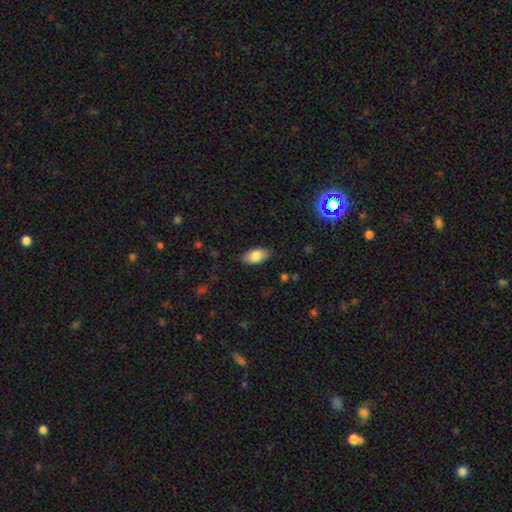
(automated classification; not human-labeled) This is clearly a smooth galaxy (83%). How rounded: clearly in between (92%). Merging: clearly none (85%).